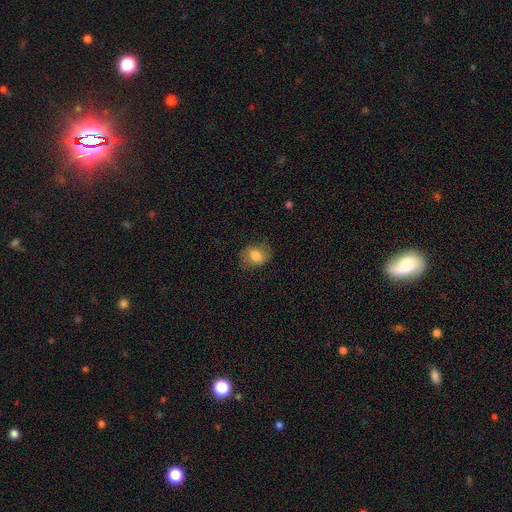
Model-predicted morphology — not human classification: smooth_or_featured: smooth (p=0.72) [alt: featured or disk p=0.20]
how_rounded: in between (p=0.63) [alt: round p=0.36]
merging: none (p=0.73) [alt: minor disturbance p=0.19]